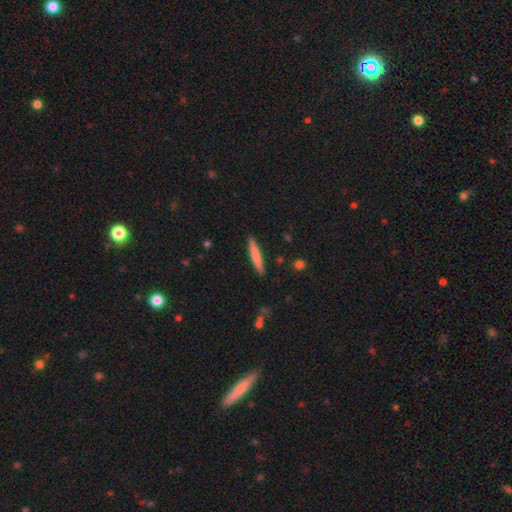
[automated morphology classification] The model was most divided on "smooth or featured": smooth: 75%, featured or disk: 20%, star or artifact: 5%. More confident: how rounded — cigar-shaped (93%); merging — none (90%).